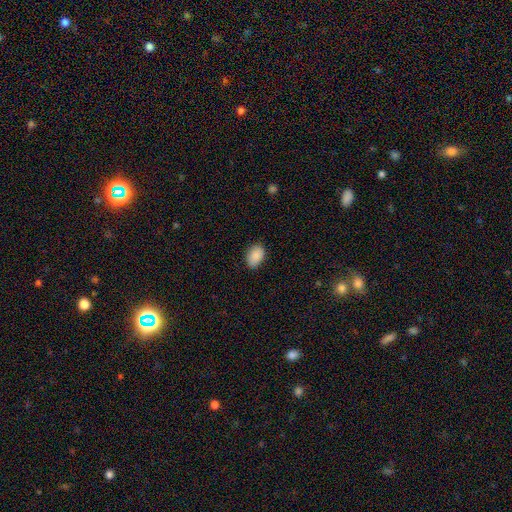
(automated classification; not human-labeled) smooth_or_featured: smooth (p=0.89) [alt: star or artifact p=0.07]
how_rounded: in between (p=0.83) [alt: round p=0.15]
merging: none (p=0.81) [alt: minor disturbance p=0.16]